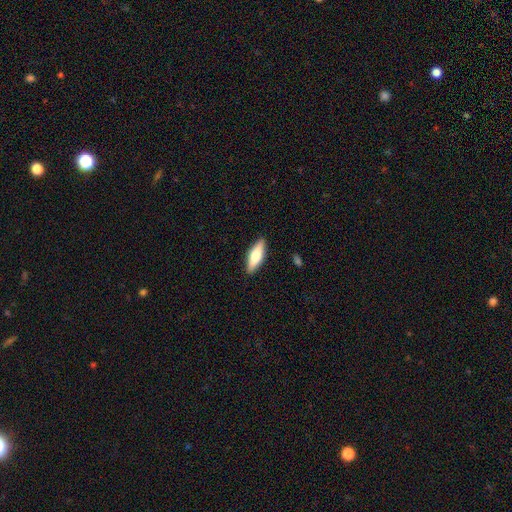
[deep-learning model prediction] A smooth galaxy with no disk features (60%) that is in between round and cigar-shaped (54%). Merging: none (89%).